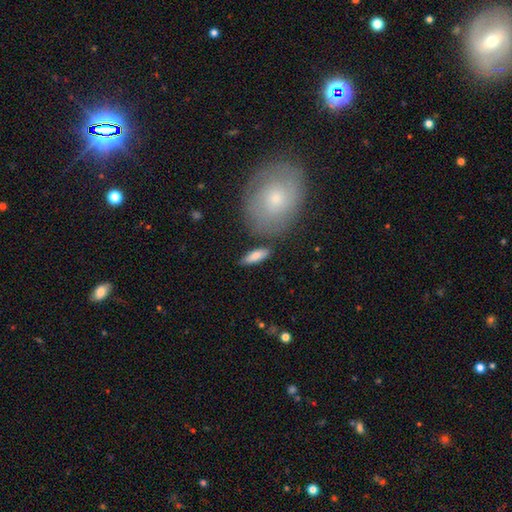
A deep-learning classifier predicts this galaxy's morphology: This appears to be a smooth galaxy with no disk features (81%) that is in between round and cigar-shaped (61%). Merging: none (80%).